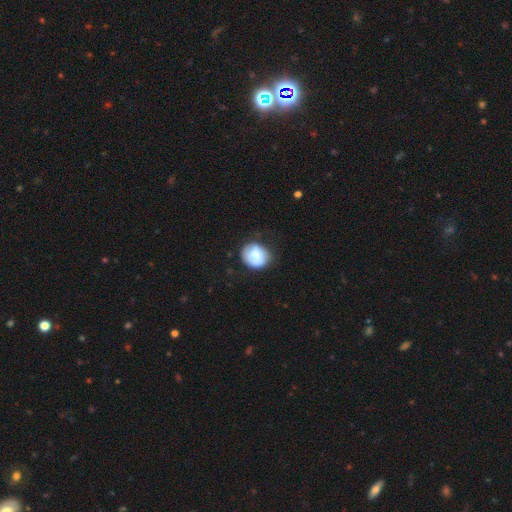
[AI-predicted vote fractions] smooth 70%, featured or disk 23%, star or artifact 7%. Down the decision tree: how rounded — round (69%); merging — none (61%).